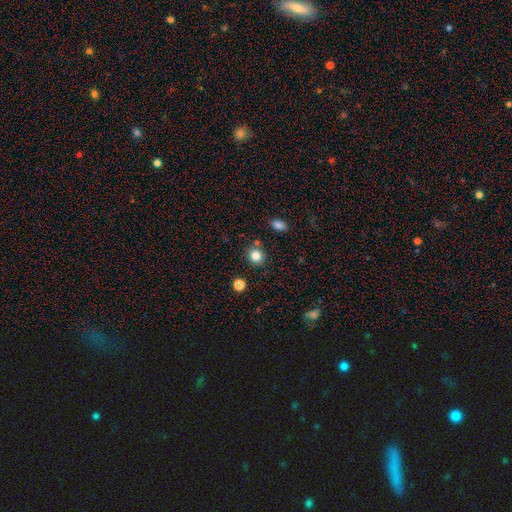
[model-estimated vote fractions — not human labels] This appears to be a smooth galaxy with no disk features (81%) that is round (83%). Merging: none (82%).